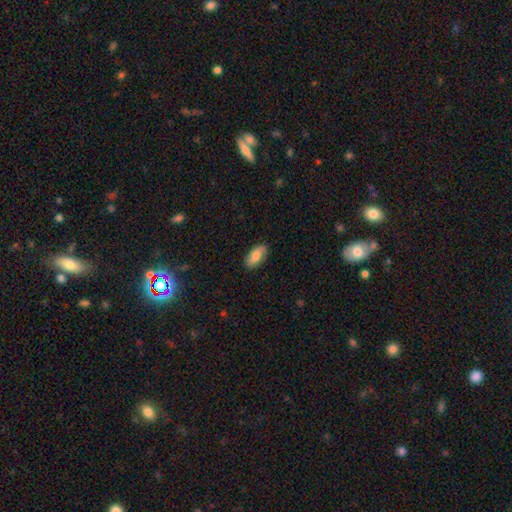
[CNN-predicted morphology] This is likely a smooth galaxy (75%). How rounded: clearly in between (90%). Merging: clearly none (85%).